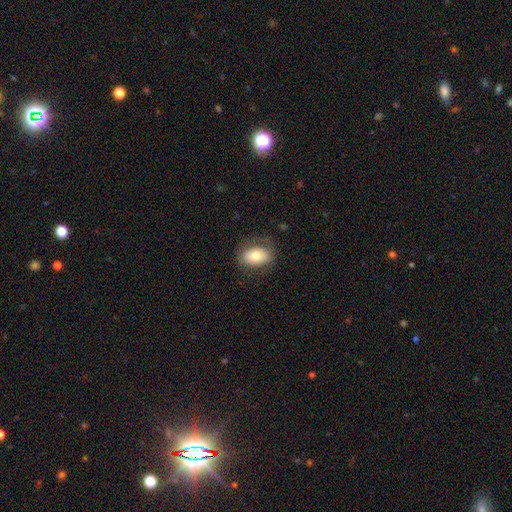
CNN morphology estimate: This is likely a smooth galaxy (72%). How rounded: likely in between (80%). Merging: likely none (77%).